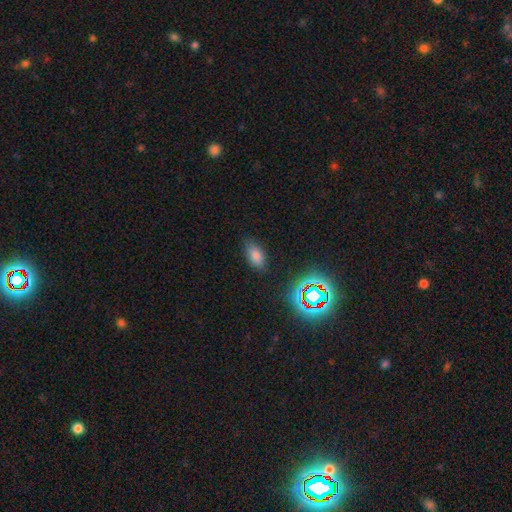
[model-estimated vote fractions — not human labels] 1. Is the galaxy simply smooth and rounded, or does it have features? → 74% smooth, 18% star or artifact, 8% featured or disk.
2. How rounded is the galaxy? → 90% in between, 6% round, 5% cigar-shaped.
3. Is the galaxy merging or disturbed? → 81% none, 14% minor disturbance, 4% major disturbance, 2% merger.